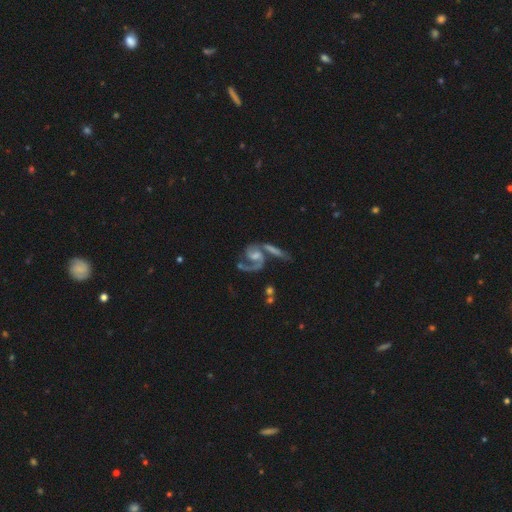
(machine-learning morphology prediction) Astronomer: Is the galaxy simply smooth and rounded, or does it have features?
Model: featured or disk — 89%.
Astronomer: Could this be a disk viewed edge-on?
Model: no — 97%.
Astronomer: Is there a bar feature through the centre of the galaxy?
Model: no — 52% (runner-up: weak, 37%).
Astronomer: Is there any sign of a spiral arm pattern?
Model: yes — 97%.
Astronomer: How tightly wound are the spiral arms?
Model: medium — 56%.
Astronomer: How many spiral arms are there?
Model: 2 — 84%.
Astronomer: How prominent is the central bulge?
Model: small — 40%, tied with moderate at 40%.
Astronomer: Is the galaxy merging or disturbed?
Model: none — 44% (runner-up: merger, 26%).